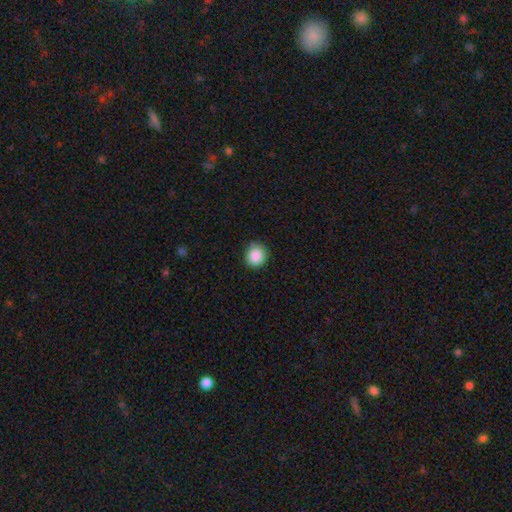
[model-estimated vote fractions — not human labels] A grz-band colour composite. It shows a smooth galaxy with no disk features (88%) that is round (88%). Merging: none (85%).